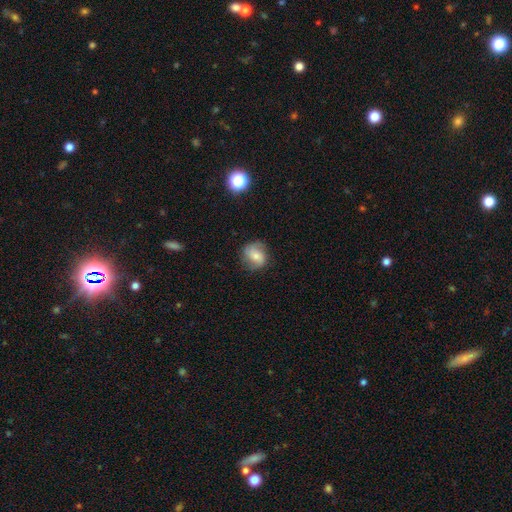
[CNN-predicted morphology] smooth_or_featured: smooth (p=0.49) [alt: featured or disk p=0.42]
merging: none (p=0.73) [alt: minor disturbance p=0.19]